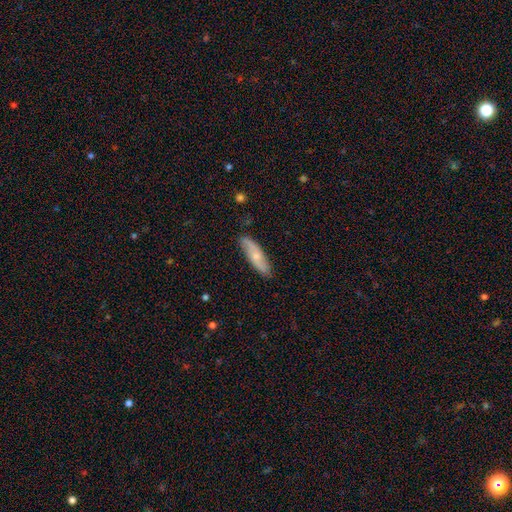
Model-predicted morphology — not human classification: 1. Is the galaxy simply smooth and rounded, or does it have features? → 51% smooth, 43% featured or disk, 6% star or artifact.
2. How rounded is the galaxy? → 58% cigar-shaped, 40% in between, 2% round.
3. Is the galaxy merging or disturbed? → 83% none, 14% minor disturbance, 2% major disturbance, 1% merger.